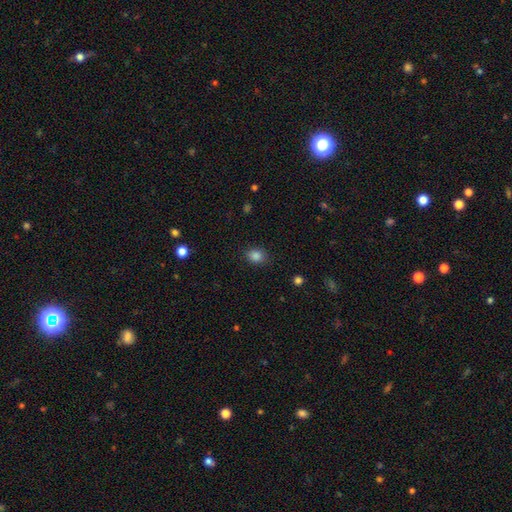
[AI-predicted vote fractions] This appears to be a smooth galaxy with no disk features (85%) that is round (57%). Merging: none (83%).